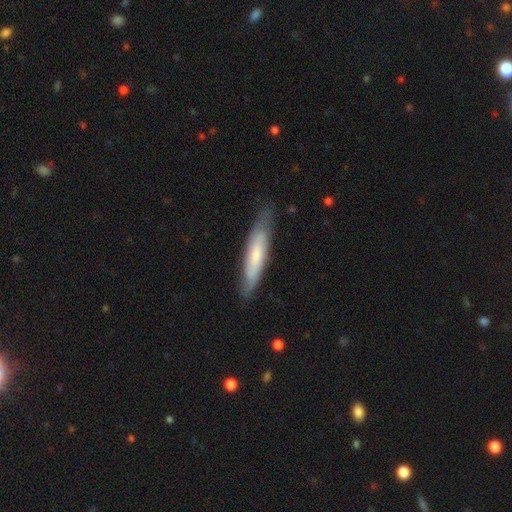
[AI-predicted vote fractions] smooth-or-featured: smooth: 57% | featured or disk: 37% | star or artifact: 6%
  how-rounded: cigar-shaped: 82% | in between: 17% | round: 1%
  merging: none: 77% | minor disturbance: 18% | major disturbance: 4% | merger: 1%